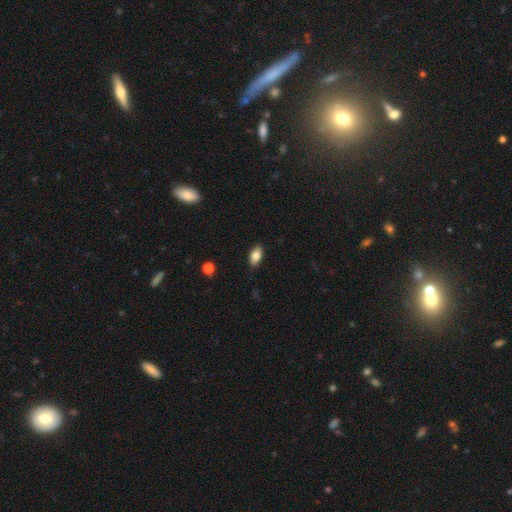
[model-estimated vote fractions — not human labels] smooth 84%, featured or disk 8%, star or artifact 8%. Down the decision tree: how rounded — in between (92%); merging — none (87%).